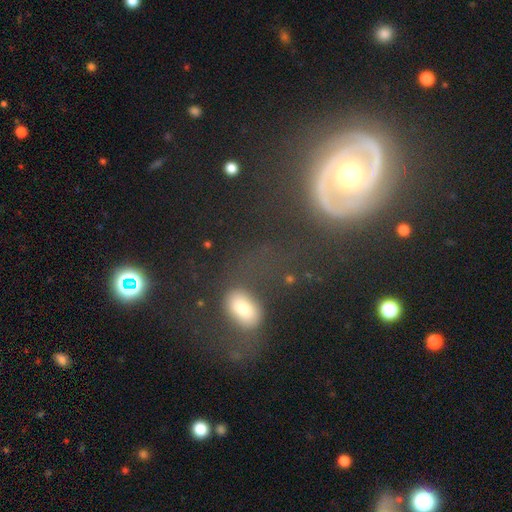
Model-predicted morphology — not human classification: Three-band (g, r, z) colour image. It shows a featured or disk galaxy (60%) with no bar (43%), spiral arms (76%) and a moderate central bulge (61%). Merging: none (58%).